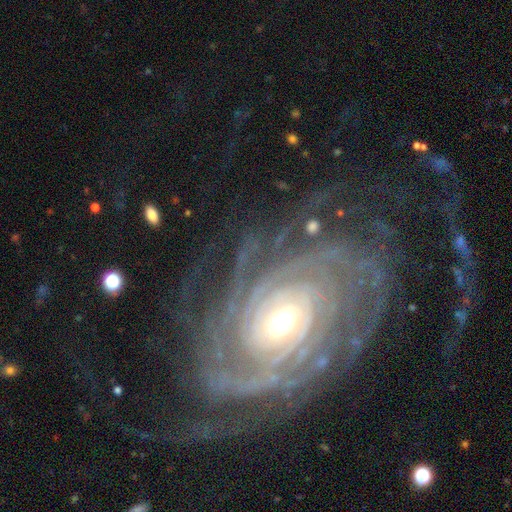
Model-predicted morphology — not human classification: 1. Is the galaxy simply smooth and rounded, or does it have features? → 91% featured or disk, 5% star or artifact, 4% smooth.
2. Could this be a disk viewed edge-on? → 96% no, 4% yes.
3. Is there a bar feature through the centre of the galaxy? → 53% no, 29% weak, 18% strong.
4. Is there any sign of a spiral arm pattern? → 98% yes, 2% no.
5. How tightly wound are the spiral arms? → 77% tight, 19% medium, 4% loose.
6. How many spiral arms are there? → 23% can't tell, 18% 4, 18% 3, 16% more than 4, 16% 2, 8% 1.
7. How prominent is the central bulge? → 62% moderate, 29% small, 7% large, 1% dominant, 1% none.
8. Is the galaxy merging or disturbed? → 69% none, 16% minor disturbance, 14% major disturbance, 2% merger.